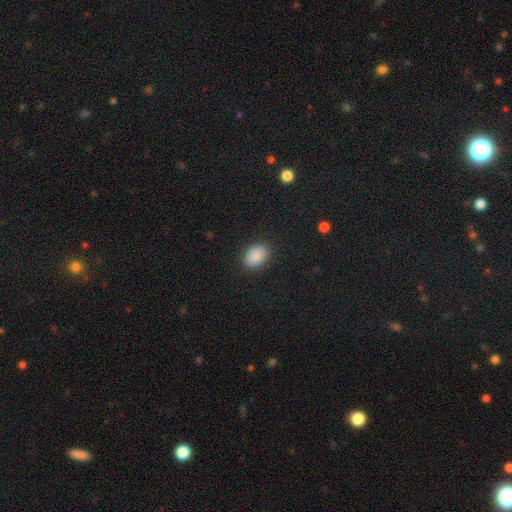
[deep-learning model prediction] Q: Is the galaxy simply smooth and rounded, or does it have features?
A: smooth — 89%.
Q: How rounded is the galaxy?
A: in between — 79%.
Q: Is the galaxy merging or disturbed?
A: none — 89%.